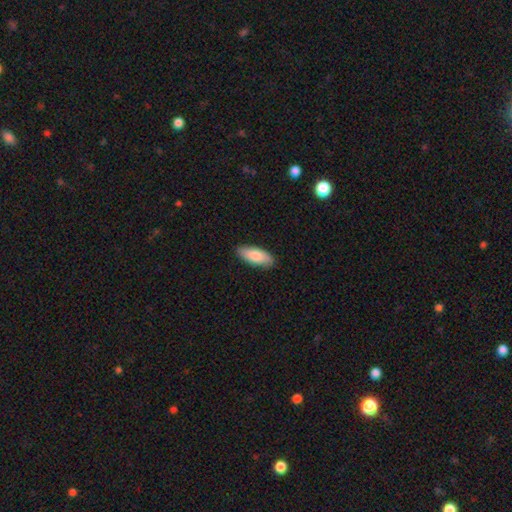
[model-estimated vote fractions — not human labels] Overall: smooth (83%). How rounded: in between (80%). Merging: none (87%).